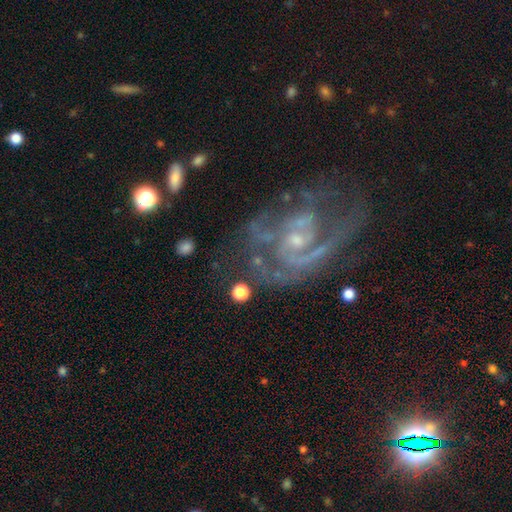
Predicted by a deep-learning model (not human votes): A featured or disk galaxy (80%) with no bar (55%), 2 (35%) medium (43%, tied with tight) spiral arms (90%) and a small central bulge (75%).

Vote fractions:
- Smooth or featured? featured or disk: 80% / star or artifact: 13% / smooth: 7%
- Edge-on disk? no: 97% / yes: 3%
- Bar? no: 55% / weak: 35% / strong: 10%
- Spiral arms? yes: 90% / no: 10%
- Spiral winding? medium: 43% (tied) / tight: 43% (tied) / loose: 14%
- Spiral arm count? 2: 35% / can't tell: 28% / 3: 15% / 1: 8% / 4: 7% / more than 4: 6%
- Bulge size? small: 75% / moderate: 16% / none: 7% / large: 1% / dominant: 1%
- Merging? none: 57% / minor disturbance: 20% / major disturbance: 19% / merger: 4%